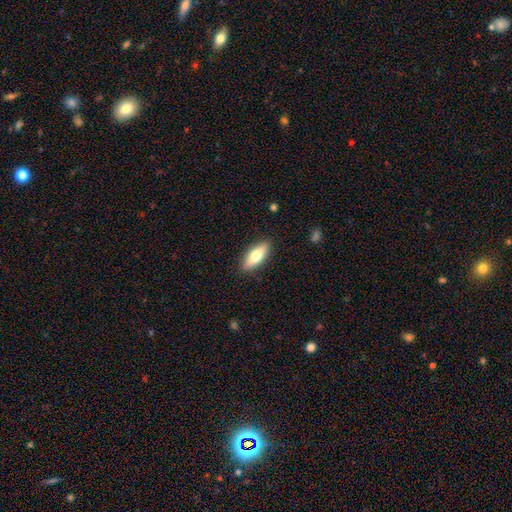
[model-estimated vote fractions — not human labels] smooth 68%, featured or disk 26%, star or artifact 6%. Down the decision tree: how rounded — in between (65%); merging — none (88%).